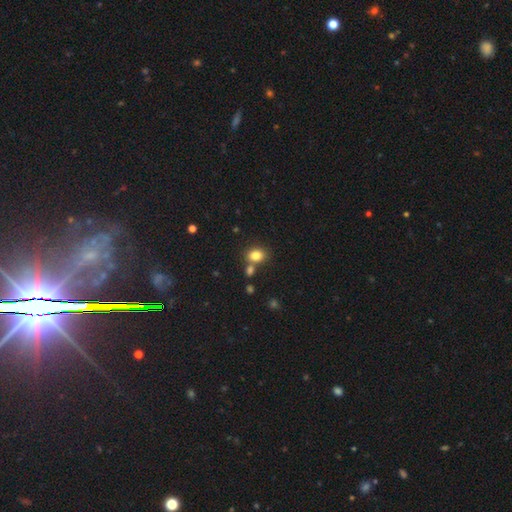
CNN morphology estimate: This is clearly a smooth galaxy (83%). How rounded: likely in between (64%). Merging: likely none (66%).